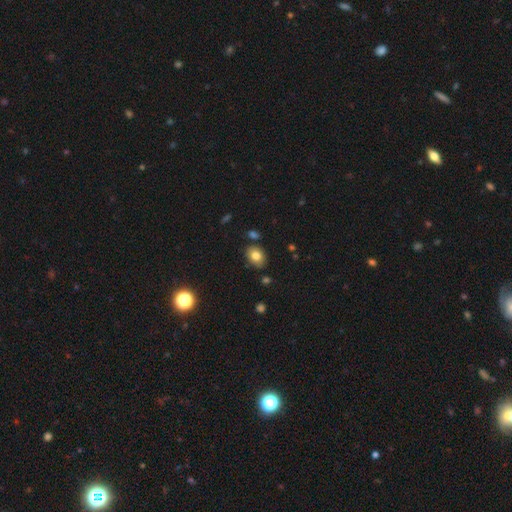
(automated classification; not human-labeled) A smooth galaxy with no disk features (79%) that is in between round and cigar-shaped (65%). Merging: none (81%).